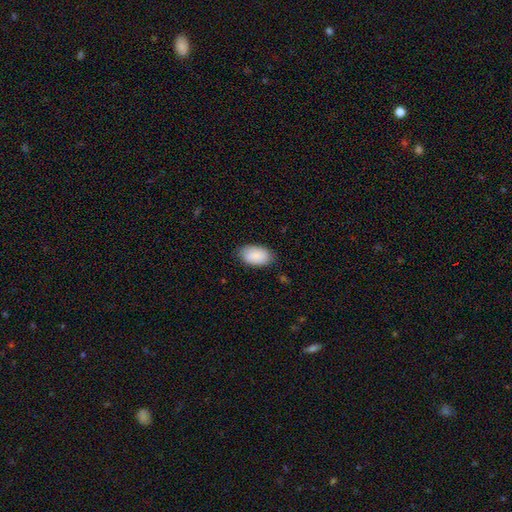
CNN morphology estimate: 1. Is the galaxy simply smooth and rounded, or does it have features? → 89% smooth, 6% star or artifact, 5% featured or disk.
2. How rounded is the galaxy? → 93% in between, 6% round, 1% cigar-shaped.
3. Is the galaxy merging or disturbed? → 80% none, 16% minor disturbance, 3% major disturbance, 1% merger.